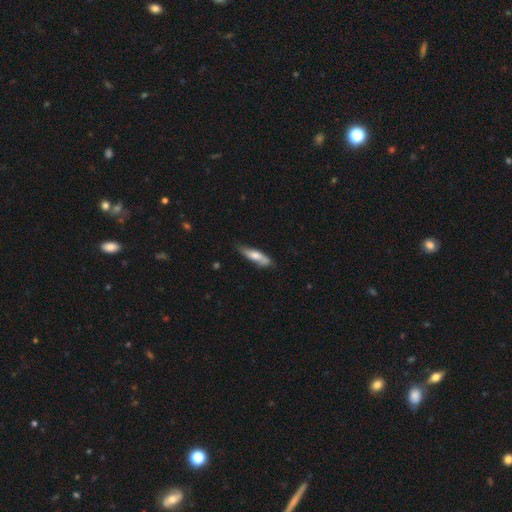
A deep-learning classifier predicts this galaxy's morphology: Q: Smooth or featured?
A: smooth (62%); runner-up: featured or disk (32%)
Q: How rounded?
A: cigar-shaped (69%); runner-up: in between (30%)
Q: Merging?
A: none (65%); runner-up: minor disturbance (26%)